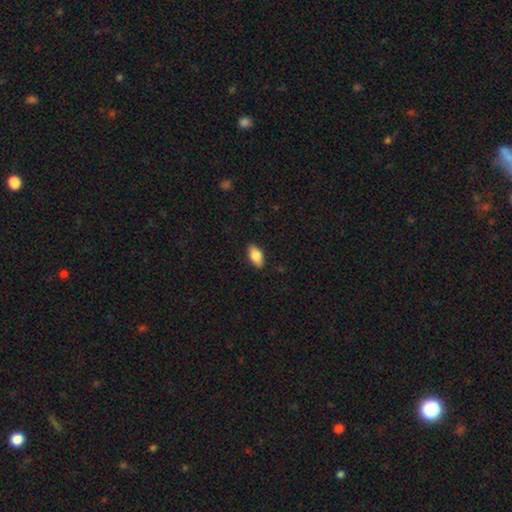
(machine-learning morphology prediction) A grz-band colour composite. It shows a smooth galaxy with no disk features (81%) that is in between round and cigar-shaped (90%). Merging: none (87%).